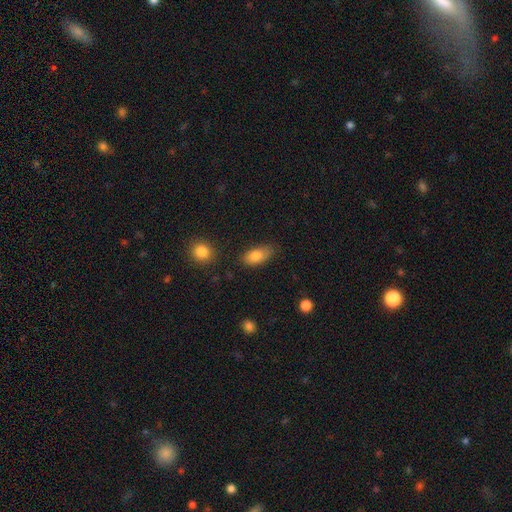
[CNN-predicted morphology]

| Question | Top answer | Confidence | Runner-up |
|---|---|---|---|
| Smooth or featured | smooth | 82% | featured or disk (10%) |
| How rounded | in between | 89% | cigar-shaped (6%) |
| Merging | none | 74% | minor disturbance (19%) |